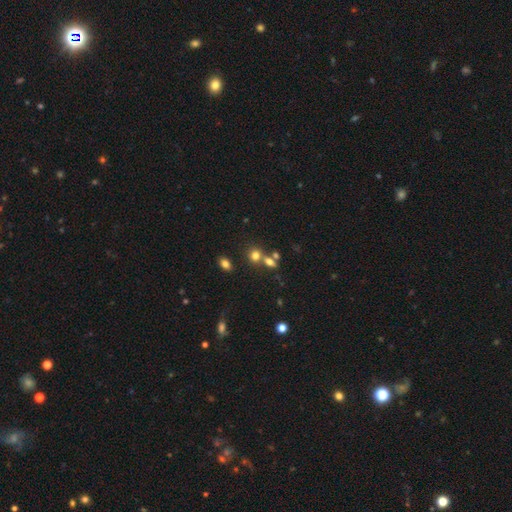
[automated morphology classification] The model was most divided on "merging": none: 51%, merger: 36%, minor disturbance: 9%, major disturbance: 4%. More confident: smooth or featured — smooth (73%); how rounded — round (69%).